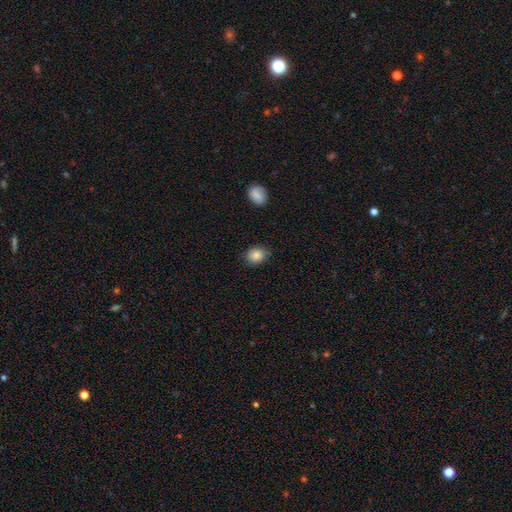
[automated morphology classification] type=smooth (86%); roundness=round (60%); merging=none (79%).